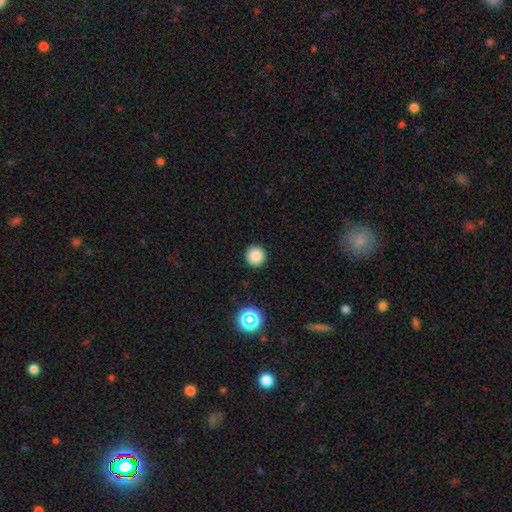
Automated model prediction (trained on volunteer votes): Morphology: type=smooth (83%); roundness=round (96%); merging=none (92%).